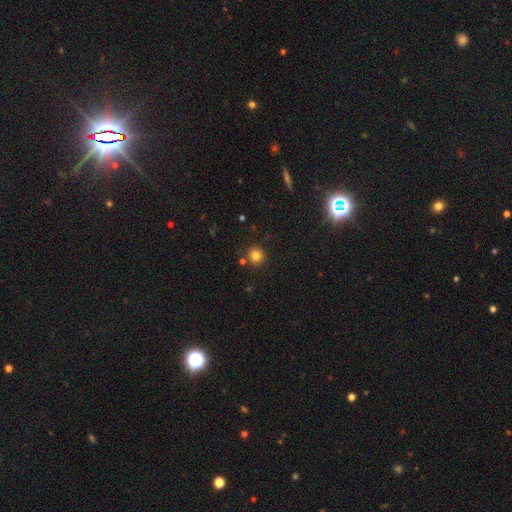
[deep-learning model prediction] smooth_or_featured: smooth (p=0.81) [alt: star or artifact p=0.14]
how_rounded: round (p=0.92) [alt: in between p=0.07]
merging: none (p=0.85) [alt: minor disturbance p=0.07]